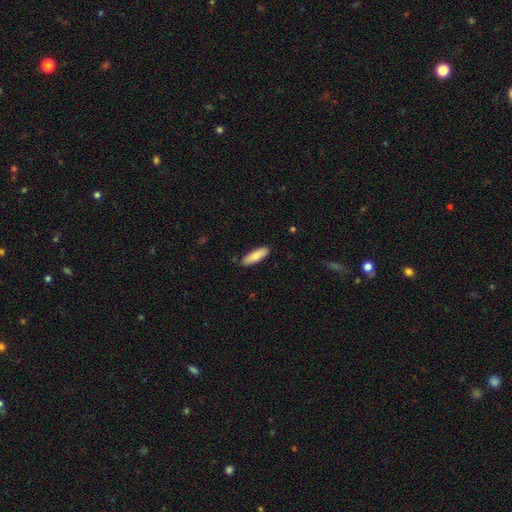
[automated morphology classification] smooth 83%, featured or disk 12%, star or artifact 6%. Down the decision tree: how rounded — in between (50%); merging — none (85%).